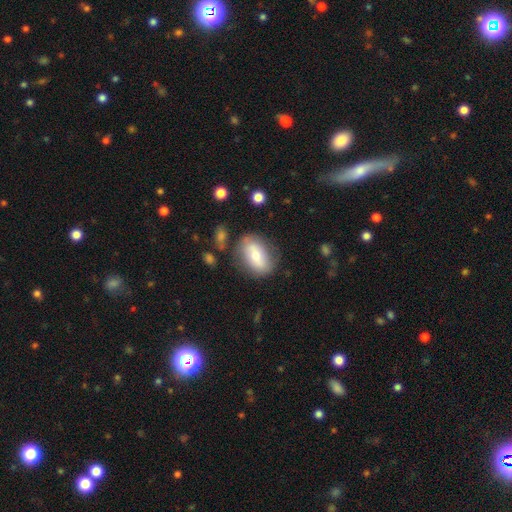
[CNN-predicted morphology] Smooth or featured? Predicted: smooth (p=0.61). How rounded? Predicted: in between (p=0.81). Merging? Predicted: none (p=0.74).